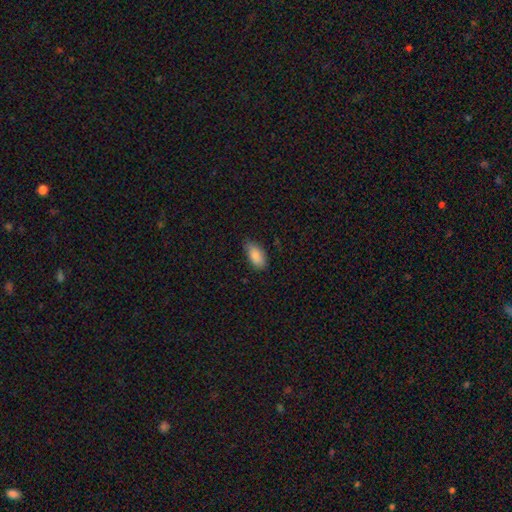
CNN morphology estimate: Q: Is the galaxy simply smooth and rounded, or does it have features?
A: smooth — 88%.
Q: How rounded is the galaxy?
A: in between — 92%.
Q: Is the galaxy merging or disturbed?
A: none — 71%.